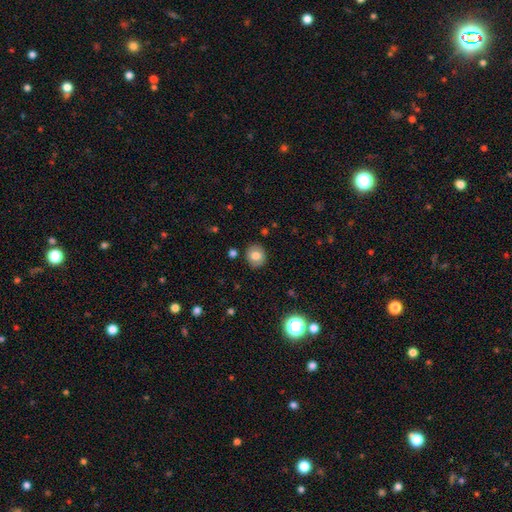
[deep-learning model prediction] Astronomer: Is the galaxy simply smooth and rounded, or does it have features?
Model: smooth — 77%.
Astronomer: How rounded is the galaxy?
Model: round — 76%.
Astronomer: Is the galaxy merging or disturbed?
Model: none — 86%.